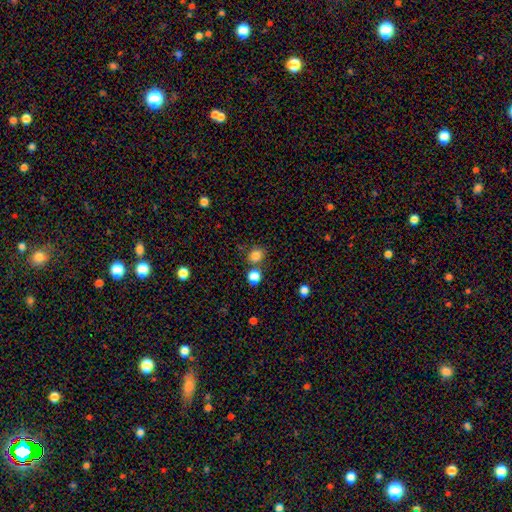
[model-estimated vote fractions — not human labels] This appears to be a smooth galaxy with no disk features (83%) that is round (73%). Merging: none (74%).